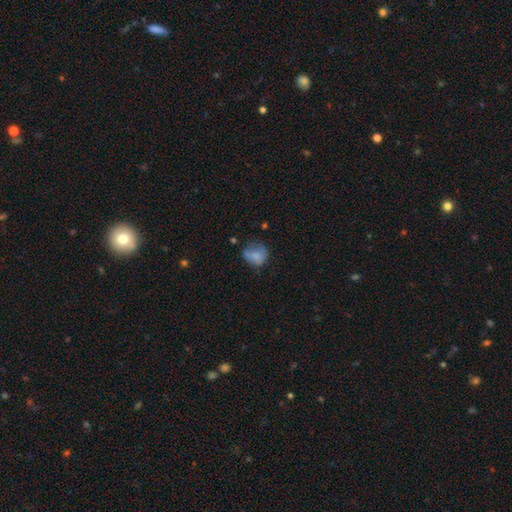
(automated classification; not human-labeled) Overall: smooth (70%). How rounded: round (67%; in between 32%). Merging: none (43%; minor disturbance 31%).